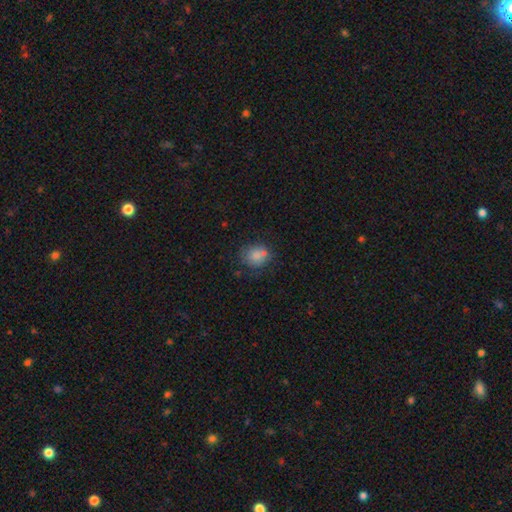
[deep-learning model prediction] Morphology: type=smooth (78%); roundness=round (69%); merging=none (59%).